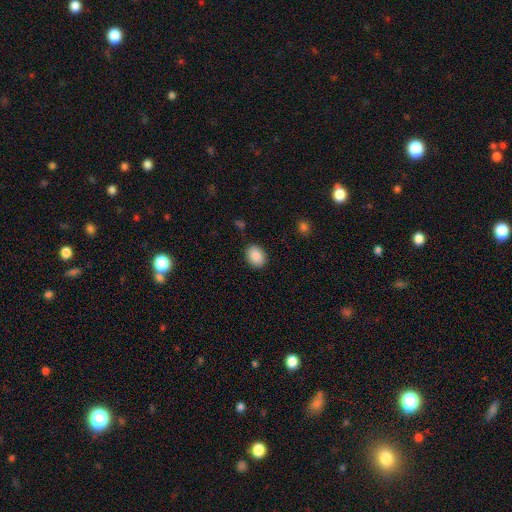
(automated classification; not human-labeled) Q: Smooth or featured?
A: smooth (89%); runner-up: star or artifact (7%)
Q: How rounded?
A: in between (71%); runner-up: round (28%)
Q: Merging?
A: none (87%); runner-up: minor disturbance (9%)